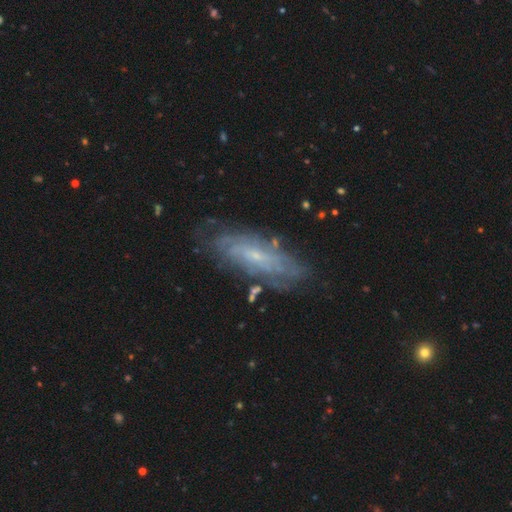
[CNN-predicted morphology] Overall: featured or disk (72%). Edge-on disk: no (83%). Bar: no (63%; weak 30%). Spiral arms: yes (80%). Bulge size: small (77%). Merging: none (75%).